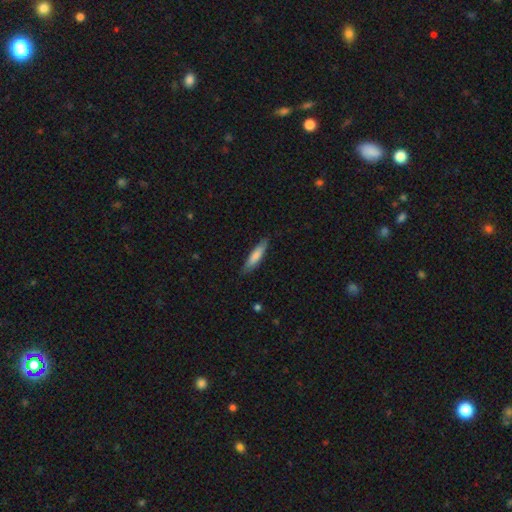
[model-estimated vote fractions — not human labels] smooth 77%, featured or disk 18%, star or artifact 5%. Down the decision tree: how rounded — cigar-shaped (78%); merging — none (84%).